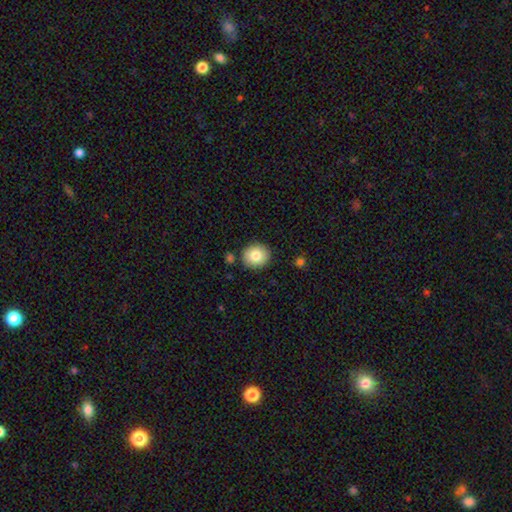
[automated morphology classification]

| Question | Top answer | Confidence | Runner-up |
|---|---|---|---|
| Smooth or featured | smooth | 81% | featured or disk (10%) |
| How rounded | round | 82% | in between (17%) |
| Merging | none | 86% | minor disturbance (8%) |